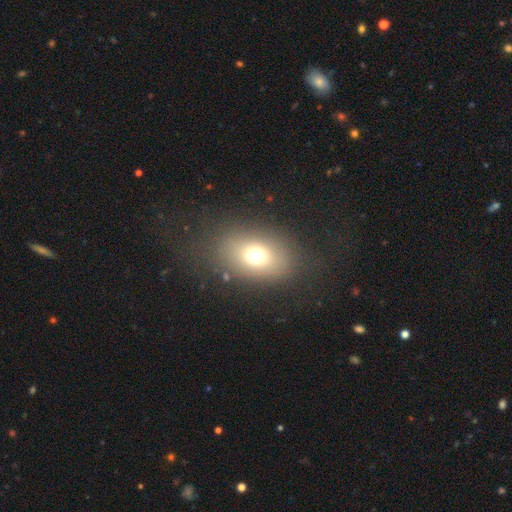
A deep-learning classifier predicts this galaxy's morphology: smooth_or_featured: smooth (p=0.68) [alt: star or artifact p=0.16]
how_rounded: in between (p=0.69) [alt: round p=0.29]
merging: none (p=0.78) [alt: minor disturbance p=0.12]